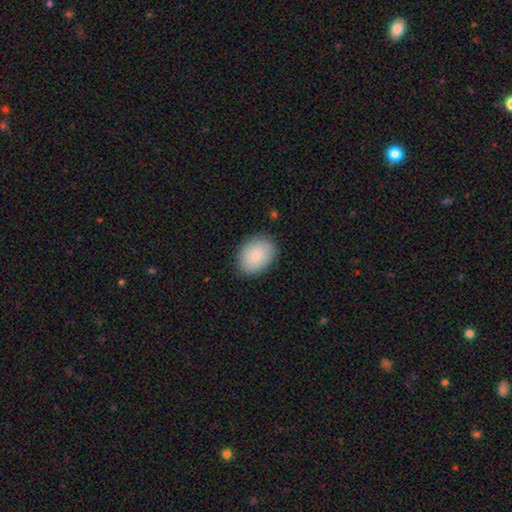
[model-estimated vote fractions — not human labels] This appears to be a smooth galaxy with no disk features (83%) that is in between round and cigar-shaped (68%). Merging: none (84%).